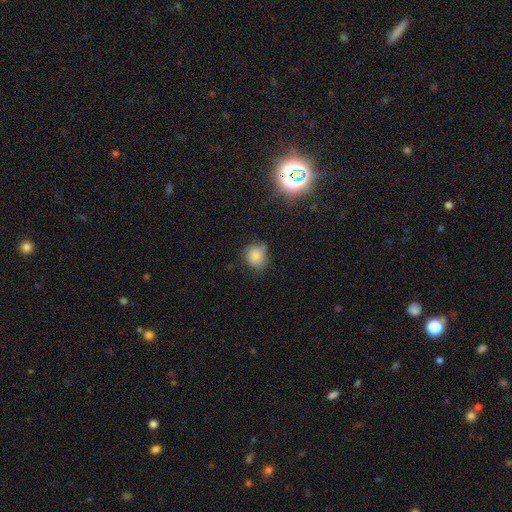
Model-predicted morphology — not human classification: This appears to be a smooth galaxy with no disk features (81%) that is round (72%). Merging: none (64%).